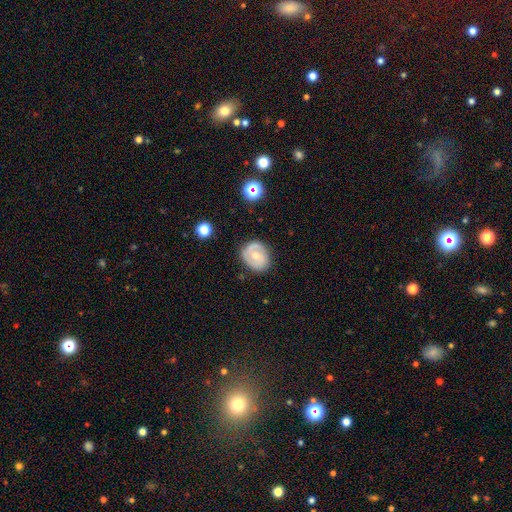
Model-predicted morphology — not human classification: Smooth or featured? featured or disk (64%)
Edge-on disk? no (97%)
Bar? no (66%)
Spiral arms? yes (76%)
Bulge size? moderate (57%)
Merging? none (78%)